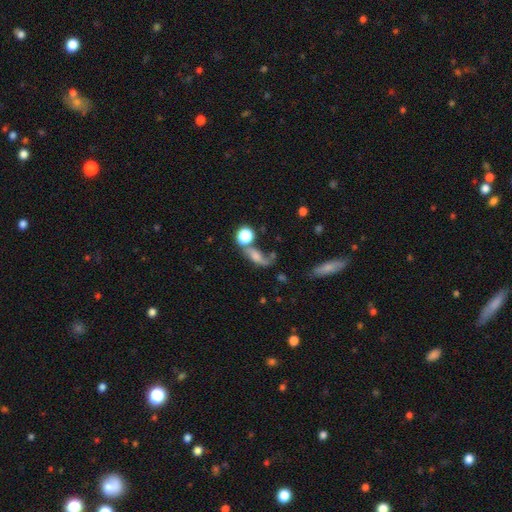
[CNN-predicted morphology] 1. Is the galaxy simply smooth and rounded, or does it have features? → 44% featured or disk, 40% smooth, 16% star or artifact.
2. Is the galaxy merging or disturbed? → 35% none, 24% merger, 22% major disturbance, 18% minor disturbance.